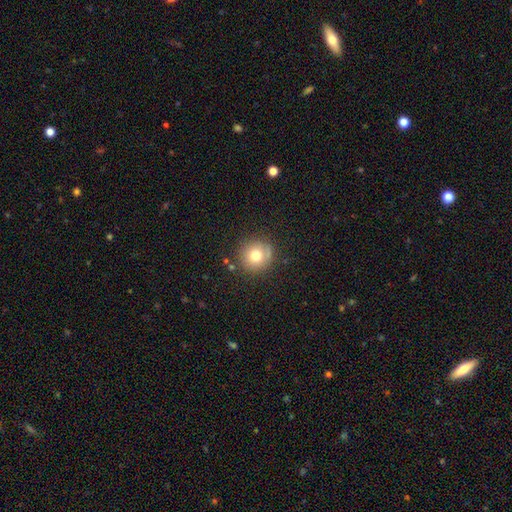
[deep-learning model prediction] The model was most divided on "smooth or featured": smooth: 73%, featured or disk: 15%, star or artifact: 12%. More confident: how rounded — round (92%); merging — none (79%).